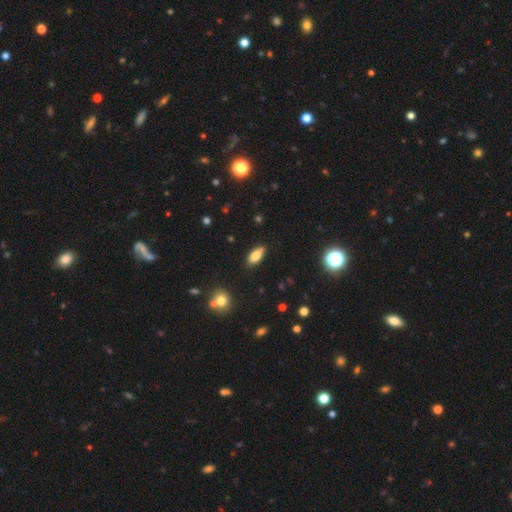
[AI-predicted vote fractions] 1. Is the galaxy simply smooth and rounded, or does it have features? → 80% smooth, 11% featured or disk, 9% star or artifact.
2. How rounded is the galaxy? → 85% in between, 12% cigar-shaped, 3% round.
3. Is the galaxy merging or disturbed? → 81% none, 14% minor disturbance, 3% major disturbance, 2% merger.